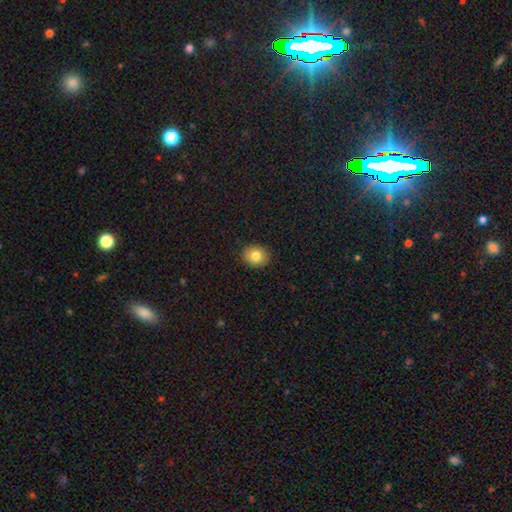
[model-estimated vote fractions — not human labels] A smooth galaxy with no disk features (82%) that is round (57%). Merging: none (91%).